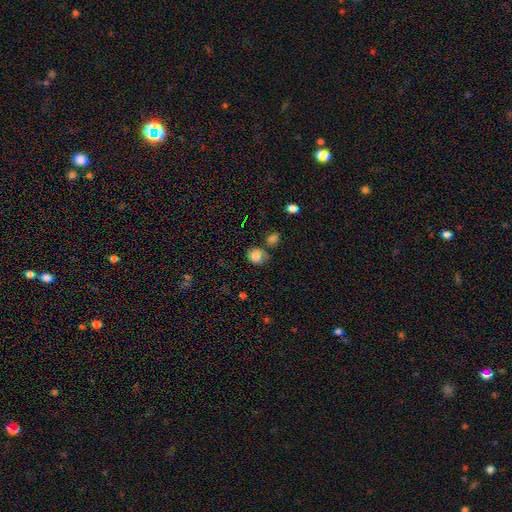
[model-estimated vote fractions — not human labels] smooth-or-featured: smooth: 81% | star or artifact: 11% | featured or disk: 8%
  how-rounded: round: 78% | in between: 21% | cigar-shaped: 1%
  merging: none: 70% | minor disturbance: 16% | merger: 10% | major disturbance: 4%